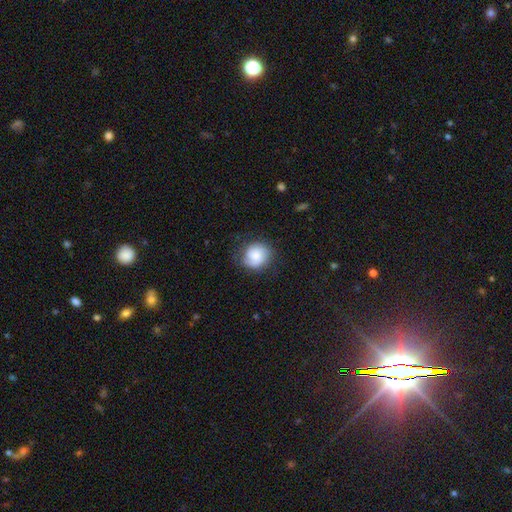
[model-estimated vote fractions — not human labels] smooth 61%, featured or disk 31%, star or artifact 8%. Down the decision tree: how rounded — round (78%); merging — none (71%).